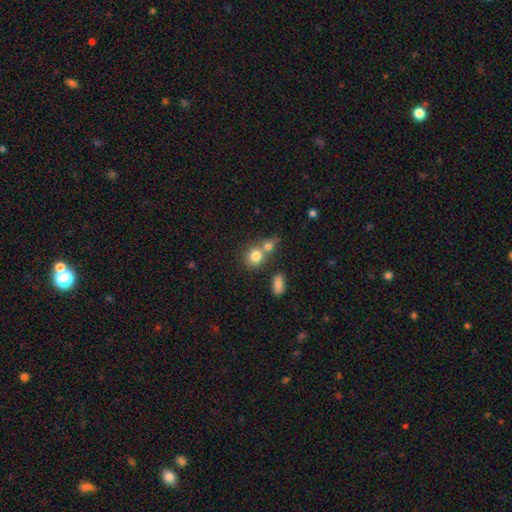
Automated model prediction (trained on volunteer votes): This appears to be a smooth galaxy with no disk features (79%) that is round (70%). Merging: merger (45%).